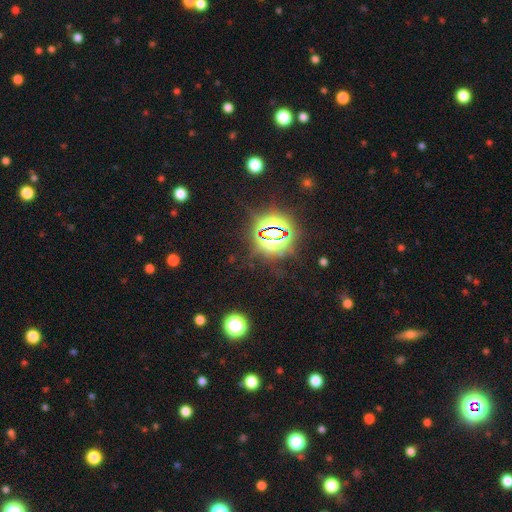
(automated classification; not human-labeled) star or artifact 82%, smooth 12%, featured or disk 7%.